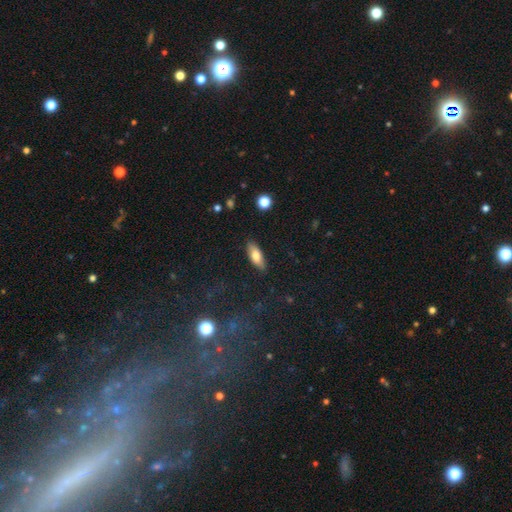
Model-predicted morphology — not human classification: Smooth or featured?
  - smooth: 75% *
  - featured or disk: 18%
  - star or artifact: 7%
How rounded?
  - in between: 74% *
  - cigar-shaped: 24%
  - round: 2%
Merging?
  - none: 86% *
  - minor disturbance: 10%
  - major disturbance: 2%
  - merger: 1%